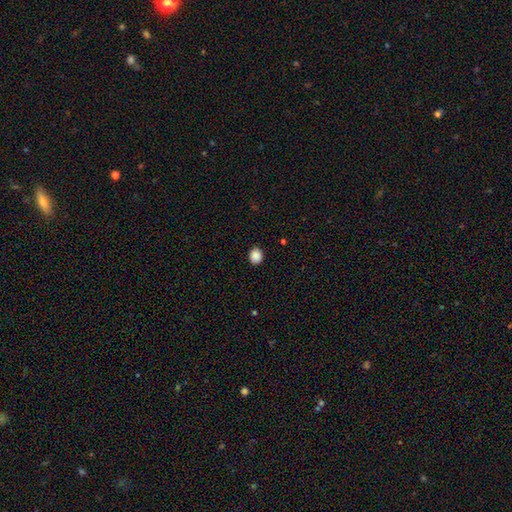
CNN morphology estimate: smooth_or_featured: smooth (p=0.88) [alt: star or artifact p=0.09]
how_rounded: round (p=0.73) [alt: in between p=0.26]
merging: none (p=0.91) [alt: minor disturbance p=0.06]